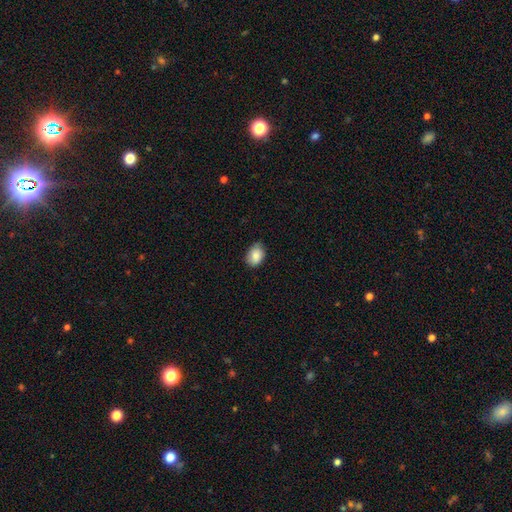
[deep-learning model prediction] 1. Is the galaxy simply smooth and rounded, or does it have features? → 85% smooth, 7% featured or disk, 7% star or artifact.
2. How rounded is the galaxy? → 78% in between, 21% round, 1% cigar-shaped.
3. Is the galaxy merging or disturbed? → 72% none, 24% minor disturbance, 3% major disturbance, 1% merger.